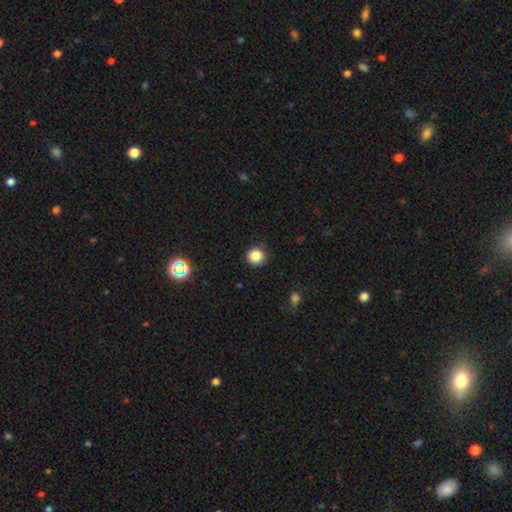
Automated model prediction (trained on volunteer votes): Smooth or featured? smooth (85%)
How rounded? round (93%)
Merging? none (91%)